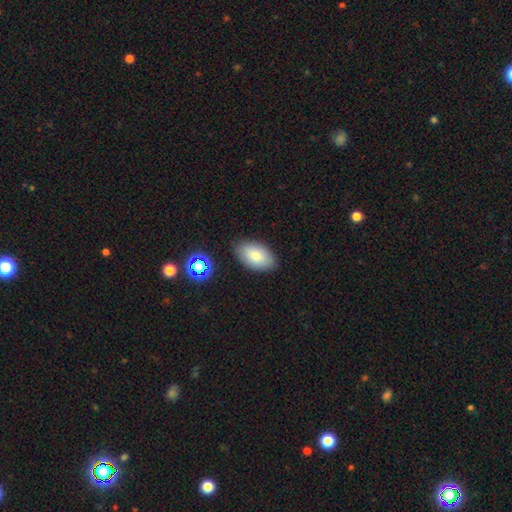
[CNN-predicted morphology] smooth 82%, featured or disk 10%, star or artifact 8%. Down the decision tree: how rounded — in between (94%); merging — none (85%).